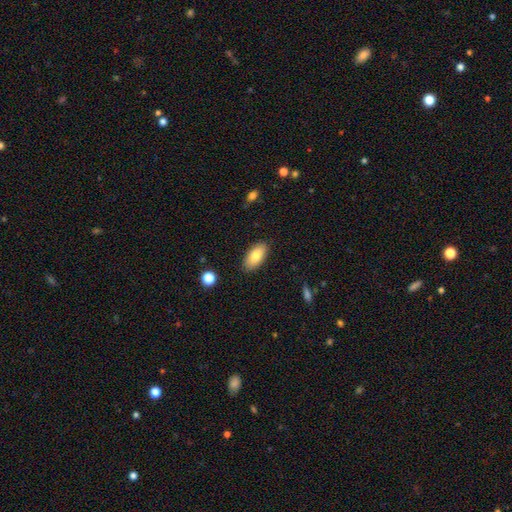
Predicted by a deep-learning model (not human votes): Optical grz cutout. It shows a smooth galaxy with no disk features (80%) that is in between round and cigar-shaped (91%). Merging: none (86%).